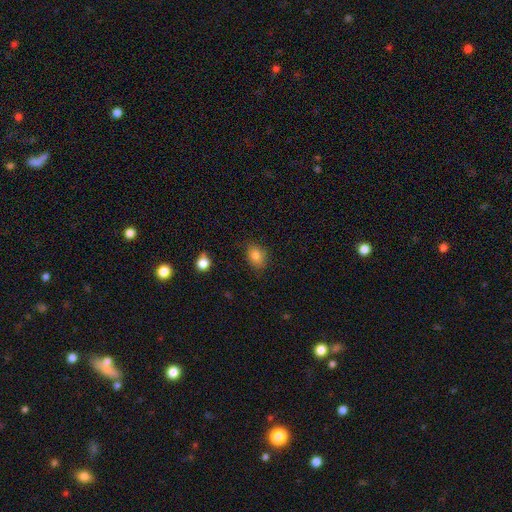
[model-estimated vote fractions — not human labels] smooth_or_featured: smooth (p=0.82) [alt: star or artifact p=0.11]
how_rounded: in between (p=0.63) [alt: round p=0.36]
merging: none (p=0.79) [alt: minor disturbance p=0.16]